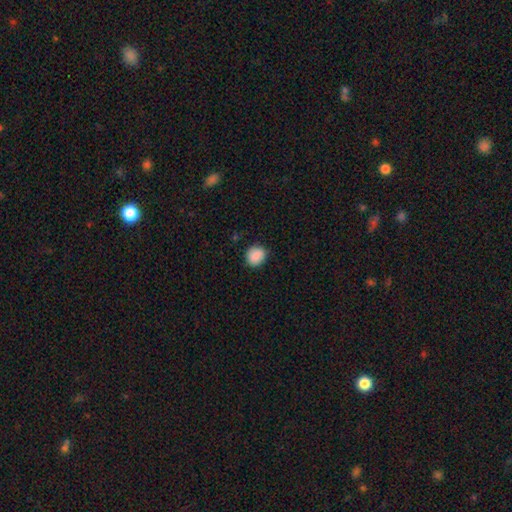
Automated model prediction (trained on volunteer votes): Morphology: type=smooth (89%); roundness=round (77%); merging=none (86%).